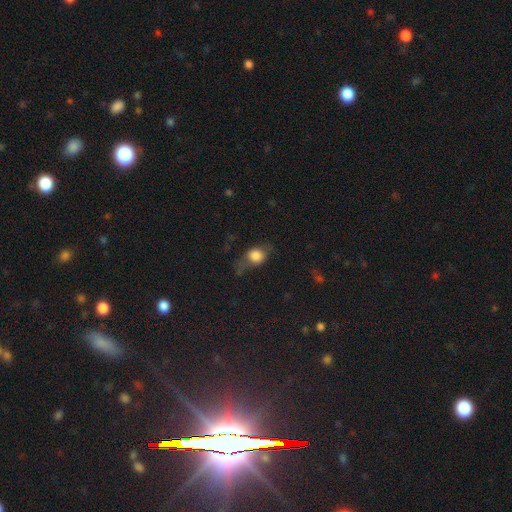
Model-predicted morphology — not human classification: Smooth or featured? smooth (73%)
How rounded? round (57%)
Merging? none (49%)